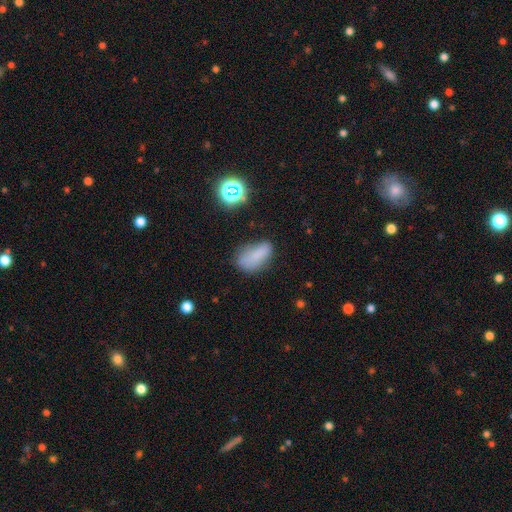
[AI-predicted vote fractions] Smooth or featured?
  - smooth: 76% *
  - star or artifact: 14%
  - featured or disk: 11%
How rounded?
  - in between: 86% *
  - round: 8%
  - cigar-shaped: 6%
Merging?
  - none: 55% *
  - minor disturbance: 29%
  - major disturbance: 12%
  - merger: 4%